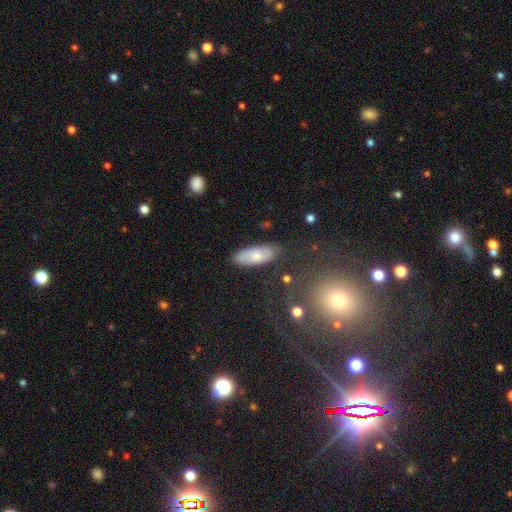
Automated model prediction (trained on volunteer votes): A smooth galaxy with no disk features (65%) that is in between round and cigar-shaped (77%).

Vote fractions:
- Smooth or featured? smooth: 65% / featured or disk: 29% / star or artifact: 7%
- How rounded? in between: 77% / cigar-shaped: 21% / round: 2%
- Merging? none: 80% / minor disturbance: 14% / major disturbance: 3% / merger: 2%